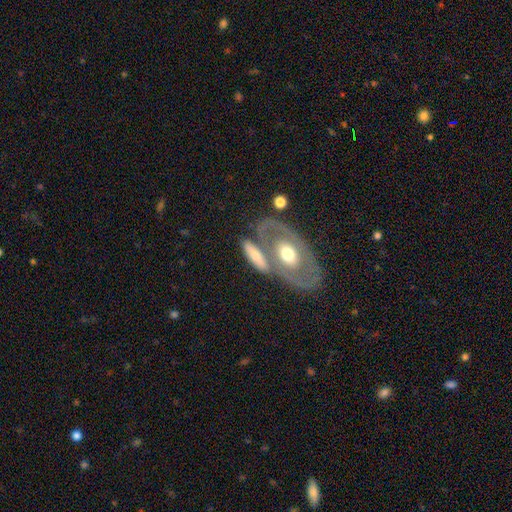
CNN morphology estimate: This is possibly a smooth galaxy (49%). Merging: possibly none (46%).